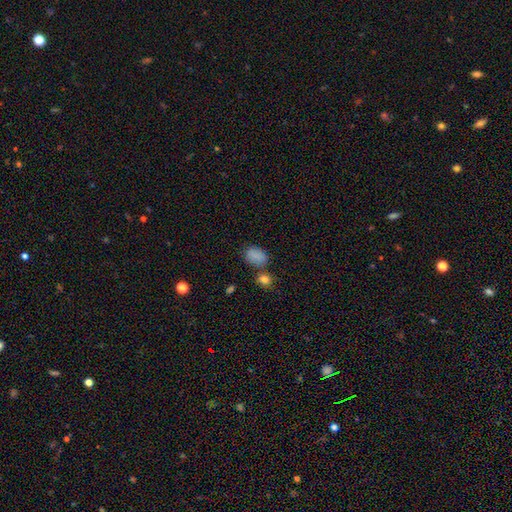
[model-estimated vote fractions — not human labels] The model was most divided on "merging": none: 65%, minor disturbance: 18%, merger: 11%, major disturbance: 5%. More confident: smooth or featured — smooth (83%); how rounded — in between (79%).